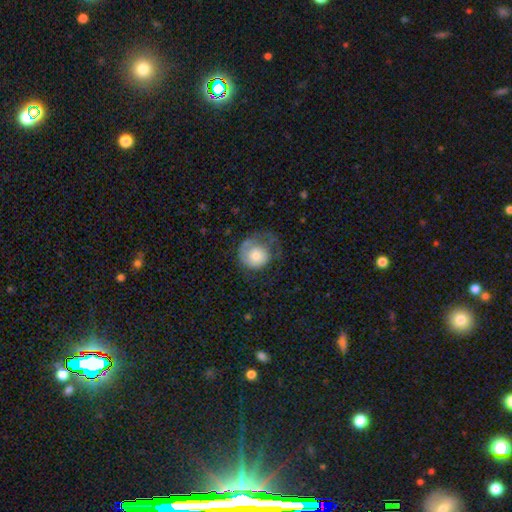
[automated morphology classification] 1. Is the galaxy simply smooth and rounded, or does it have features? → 57% smooth, 36% featured or disk, 7% star or artifact.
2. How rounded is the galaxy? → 82% round, 17% in between, 1% cigar-shaped.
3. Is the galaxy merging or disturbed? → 38% none (tied), 38% major disturbance (tied), 22% minor disturbance, 2% merger.